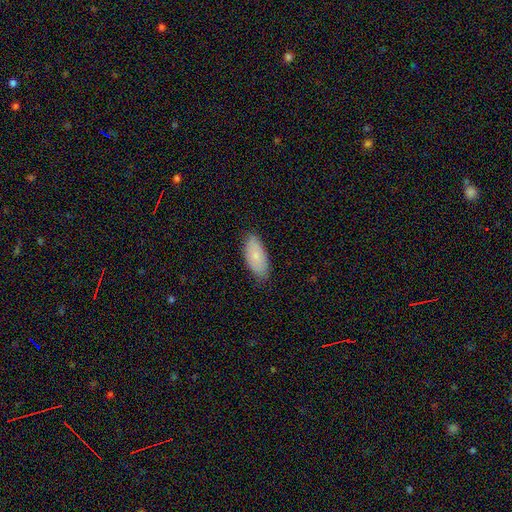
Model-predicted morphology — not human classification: Smooth or featured? smooth (73%)
How rounded? in between (91%)
Merging? none (81%)